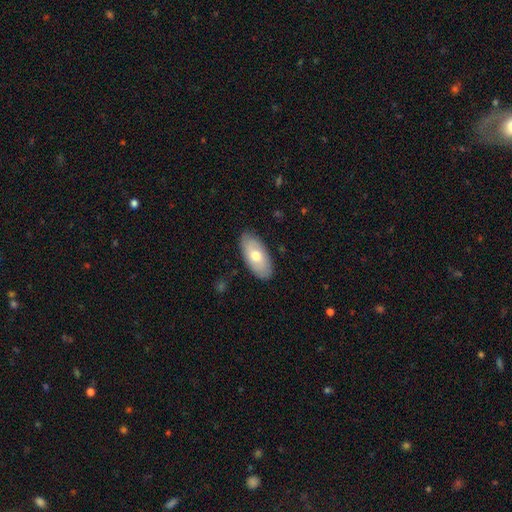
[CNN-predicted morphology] Overall: smooth (65%; featured or disk 30%). How rounded: in between (91%). Merging: none (87%).